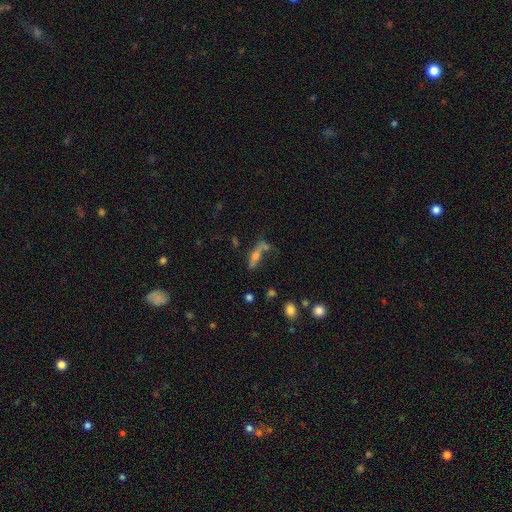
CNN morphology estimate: This is possibly a featured or disk galaxy (47%). Merging: possibly none (47%).